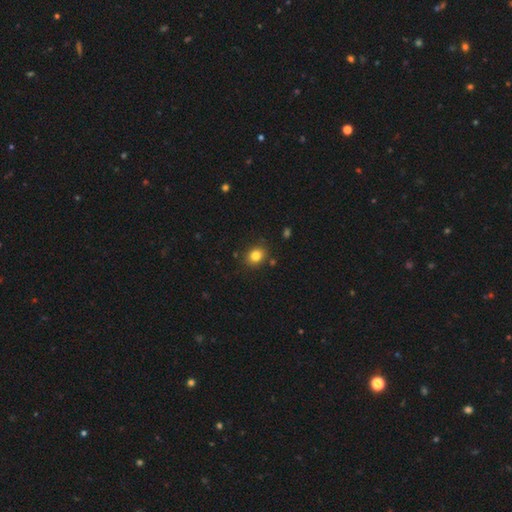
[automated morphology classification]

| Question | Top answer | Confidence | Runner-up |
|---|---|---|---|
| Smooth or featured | smooth | 82% | star or artifact (11%) |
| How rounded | round | 57% | in between (42%) |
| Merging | none | 85% | minor disturbance (10%) |